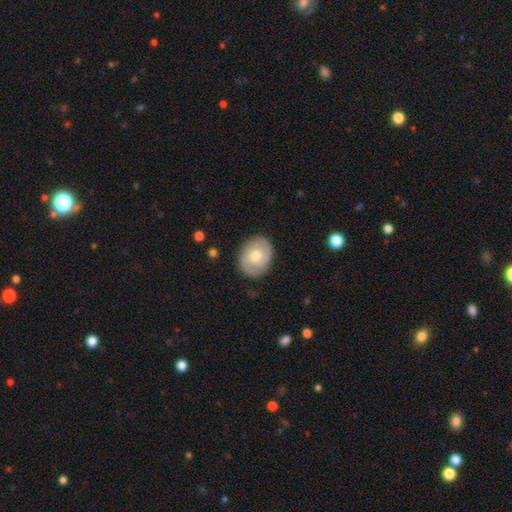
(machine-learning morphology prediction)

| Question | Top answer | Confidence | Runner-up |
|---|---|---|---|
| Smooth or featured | featured or disk | 54% | smooth (40%) |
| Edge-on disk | no | 96% | yes (4%) |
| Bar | no | 72% | weak (23%) |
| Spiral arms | yes | 67% | no (33%) |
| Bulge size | moderate | 75% | small (17%) |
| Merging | none | 84% | minor disturbance (12%) |